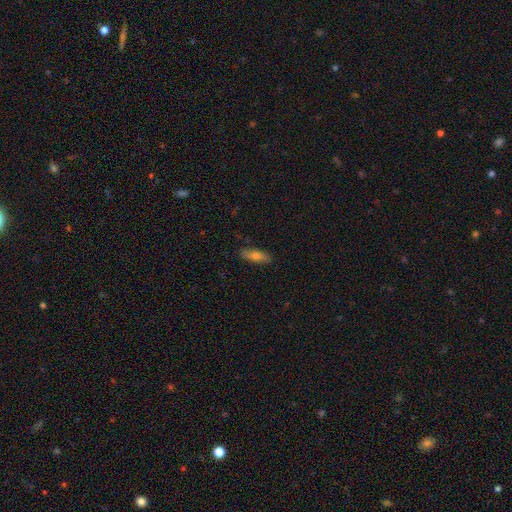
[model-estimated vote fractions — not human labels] smooth-or-featured: smooth: 67% | featured or disk: 25% | star or artifact: 7%
  how-rounded: in between: 53% | cigar-shaped: 44% | round: 3%
  merging: none: 85% | minor disturbance: 12% | major disturbance: 2% | merger: 1%